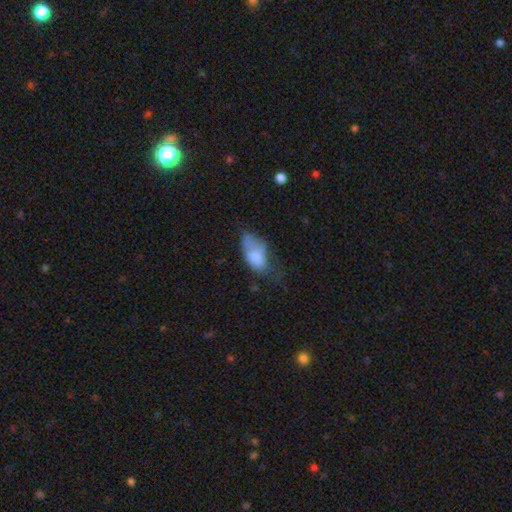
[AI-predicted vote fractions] smooth 73%, featured or disk 18%, star or artifact 9%. Down the decision tree: how rounded — in between (92%); merging — major disturbance (34%, tied with minor disturbance).